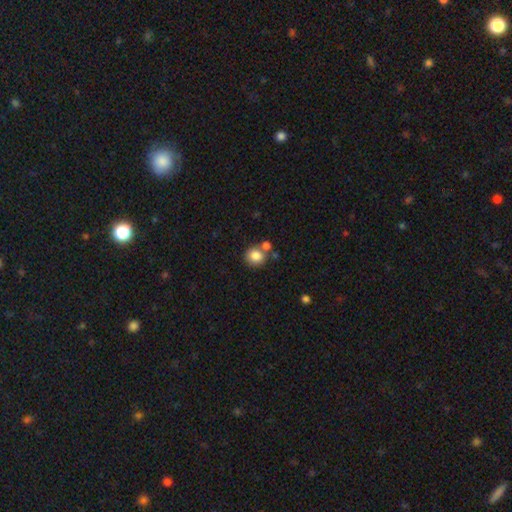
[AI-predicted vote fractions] The model was most divided on "merging": none: 62%, merger: 25%, minor disturbance: 10%, major disturbance: 3%. More confident: how rounded — round (85%); smooth or featured — smooth (83%).